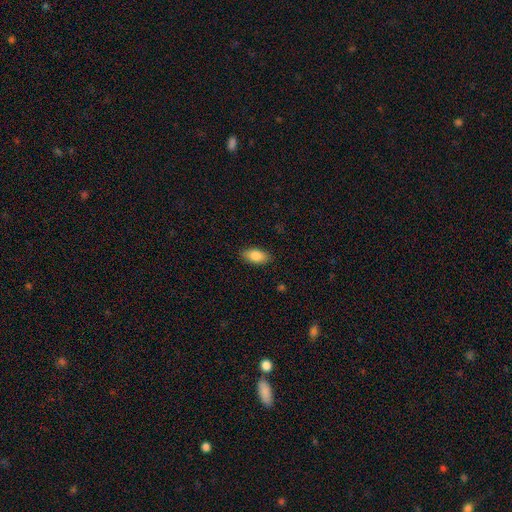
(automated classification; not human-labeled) Smooth or featured: smooth — 87% (featured or disk — 7%)
How rounded: in between — 92% (cigar-shaped — 5%)
Merging: none — 87% (minor disturbance — 10%)